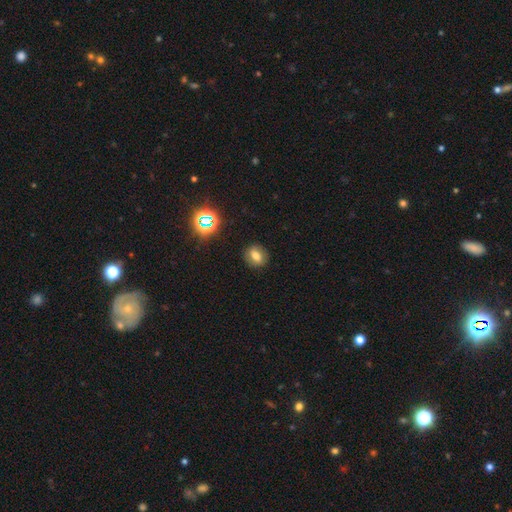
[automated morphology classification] smooth 67%, star or artifact 17%, featured or disk 16%. Down the decision tree: how rounded — round (52%); merging — none (88%).